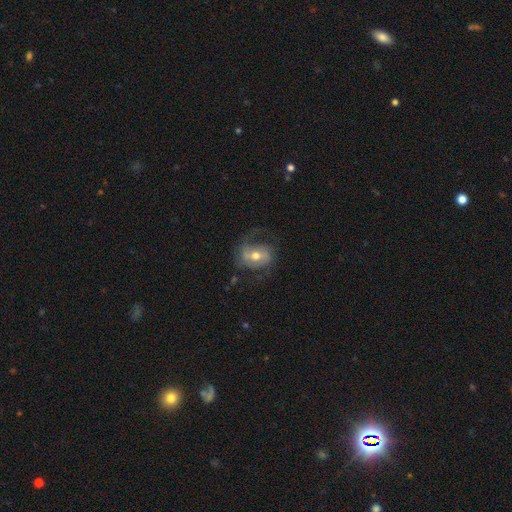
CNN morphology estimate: The model was most divided on "spiral winding": medium: 44%, loose: 37%, tight: 19%. Remaining: edge-on disk — no (96%); spiral arms — yes (84%); bulge size — moderate (73%); smooth or featured — featured or disk (71%); spiral arm count — 2 (66%); merging — none (55%); bar — weak (43%).